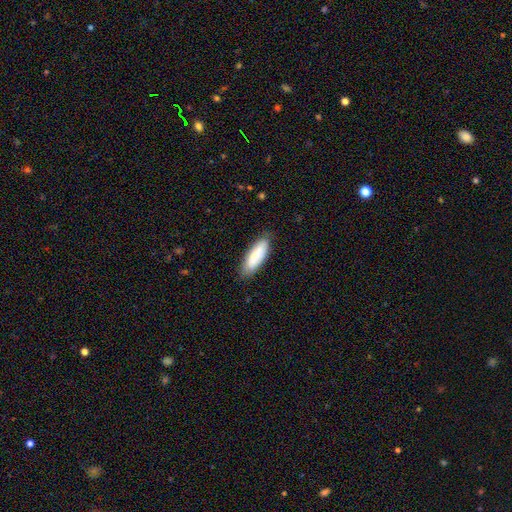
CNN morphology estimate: Overall: smooth (82%). How rounded: in between (62%; cigar-shaped 37%). Merging: none (80%).